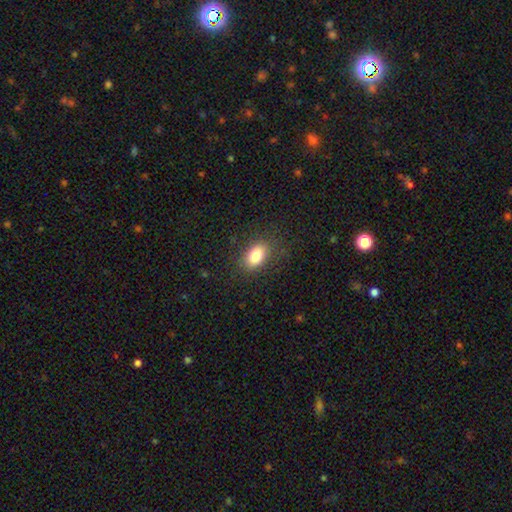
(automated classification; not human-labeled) smooth 81%, star or artifact 10%, featured or disk 9%. Down the decision tree: how rounded — in between (86%); merging — none (83%).